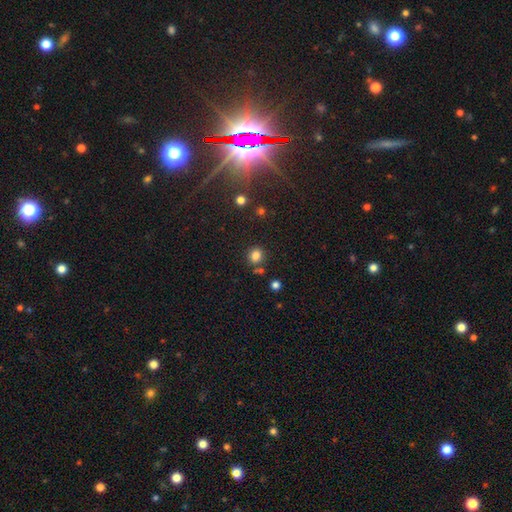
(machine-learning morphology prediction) A smooth galaxy with no disk features (82%) that is round (79%).

Vote fractions:
- Smooth or featured? smooth: 82% / star or artifact: 13% / featured or disk: 5%
- How rounded? round: 79% / in between: 20% / cigar-shaped: 1%
- Merging? none: 78% / minor disturbance: 10% / merger: 9% / major disturbance: 3%